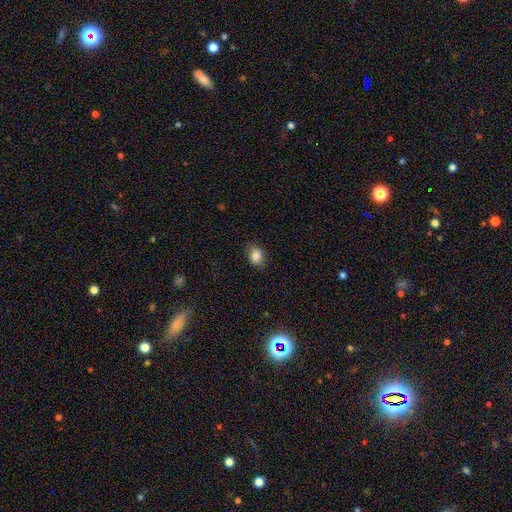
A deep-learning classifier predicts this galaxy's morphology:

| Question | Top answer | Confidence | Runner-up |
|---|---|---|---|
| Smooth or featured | smooth | 86% | star or artifact (9%) |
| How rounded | in between | 70% | round (29%) |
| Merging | none | 80% | minor disturbance (15%) |